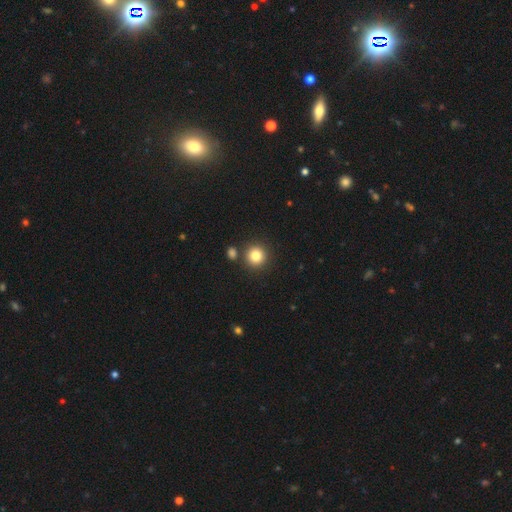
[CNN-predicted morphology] Smooth or featured? smooth (83%)
How rounded? round (93%)
Merging? none (83%)